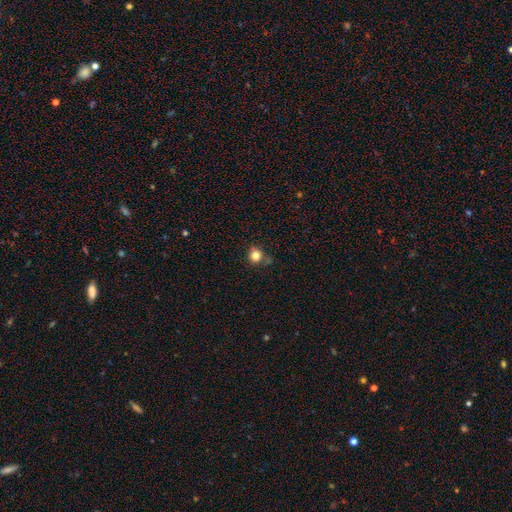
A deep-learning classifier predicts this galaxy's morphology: smooth-or-featured: smooth: 82% | star or artifact: 12% | featured or disk: 6%
  how-rounded: round: 81% | in between: 18% | cigar-shaped: 1%
  merging: none: 71% | minor disturbance: 18% | merger: 7% | major disturbance: 5%